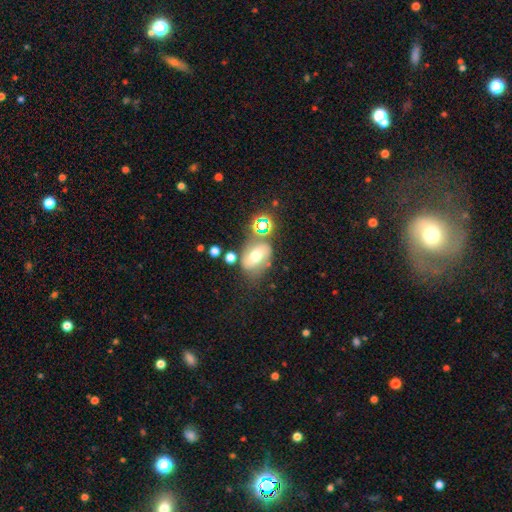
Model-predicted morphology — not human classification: smooth-or-featured: smooth: 44% | featured or disk: 40% | star or artifact: 17%
  merging: none: 52% | minor disturbance: 21% | merger: 14% | major disturbance: 12%